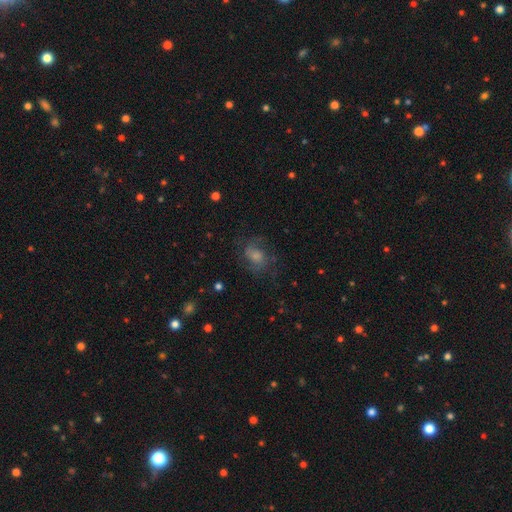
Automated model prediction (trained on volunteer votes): A featured or disk galaxy (54%) with no bar (66%), spiral arms (87%) and a moderate central bulge (41%).

Vote fractions:
- Smooth or featured? featured or disk: 54% / smooth: 26% / star or artifact: 20%
- Edge-on disk? no: 96% / yes: 4%
- Bar? no: 66% / weak: 29% / strong: 5%
- Spiral arms? yes: 87% / no: 13%
- Bulge size? moderate: 41% / small: 27% / large: 17% / none: 12% / dominant: 3%
- Merging? none: 70% / minor disturbance: 17% / major disturbance: 12% / merger: 1%